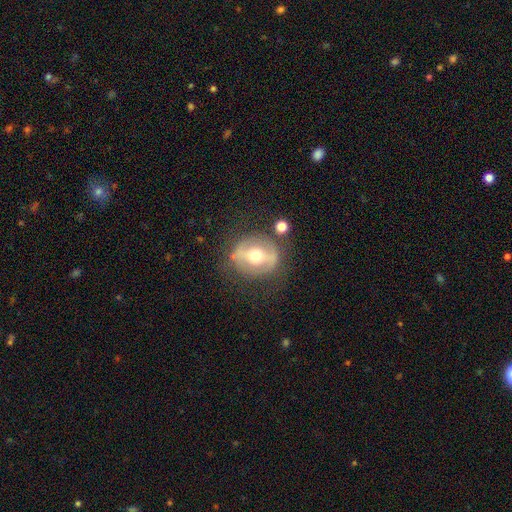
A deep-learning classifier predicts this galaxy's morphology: smooth_or_featured: featured or disk (p=0.61) [alt: smooth p=0.31]
disk_edge_on: no (p=0.91) [alt: yes p=0.09]
bar: strong (p=0.51) [alt: weak p=0.29]
has_spiral_arms: no (p=0.71) [alt: yes p=0.29]
bulge_size: moderate (p=0.74) [alt: small p=0.17]
merging: none (p=0.73) [alt: minor disturbance p=0.15]